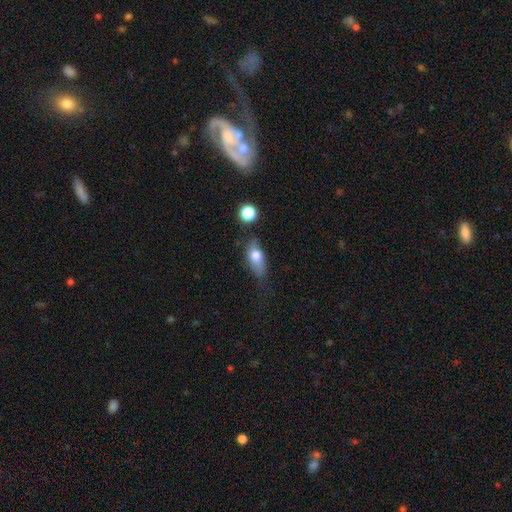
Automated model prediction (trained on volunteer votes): This appears to be a smooth galaxy with no disk features (71%) that is in between round and cigar-shaped (82%). Merging: none (58%).